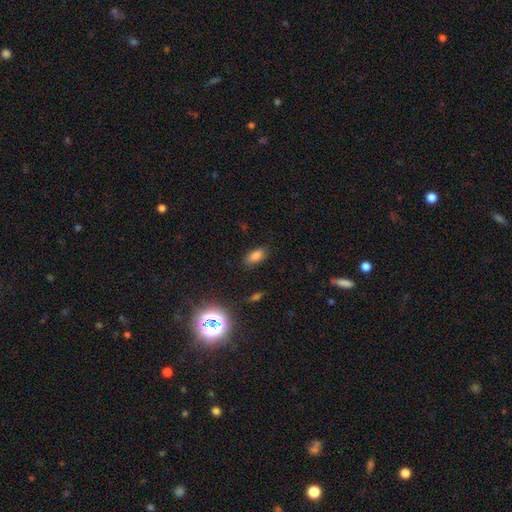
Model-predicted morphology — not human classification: Q: Smooth or featured?
A: smooth (79%); runner-up: star or artifact (14%)
Q: How rounded?
A: in between (89%); runner-up: cigar-shaped (6%)
Q: Merging?
A: none (84%); runner-up: minor disturbance (11%)